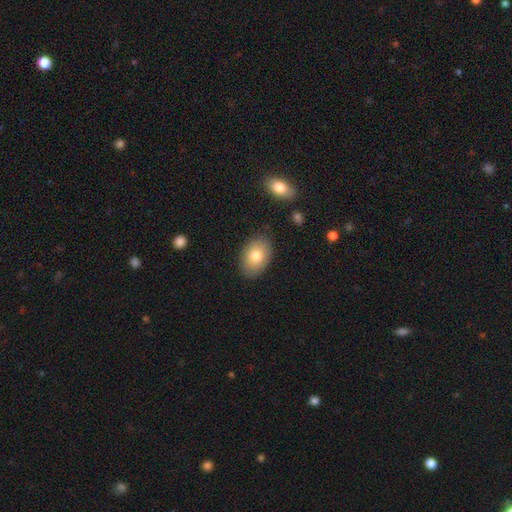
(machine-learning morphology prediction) A smooth galaxy with no disk features (78%) that is in between round and cigar-shaped (84%).

Vote fractions:
- Smooth or featured? smooth: 78% / featured or disk: 14% / star or artifact: 8%
- How rounded? in between: 84% / round: 15% / cigar-shaped: 1%
- Merging? none: 86% / minor disturbance: 10% / major disturbance: 2% / merger: 1%